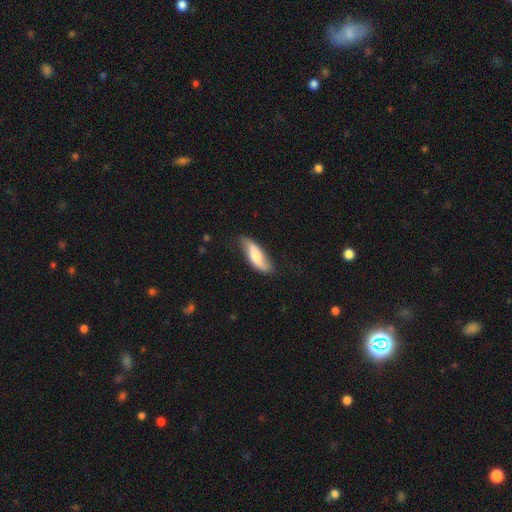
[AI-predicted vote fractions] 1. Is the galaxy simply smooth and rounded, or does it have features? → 58% smooth, 37% featured or disk, 6% star or artifact.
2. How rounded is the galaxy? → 61% in between, 36% cigar-shaped, 2% round.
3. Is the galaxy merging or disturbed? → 70% none, 23% minor disturbance, 5% major disturbance, 2% merger.